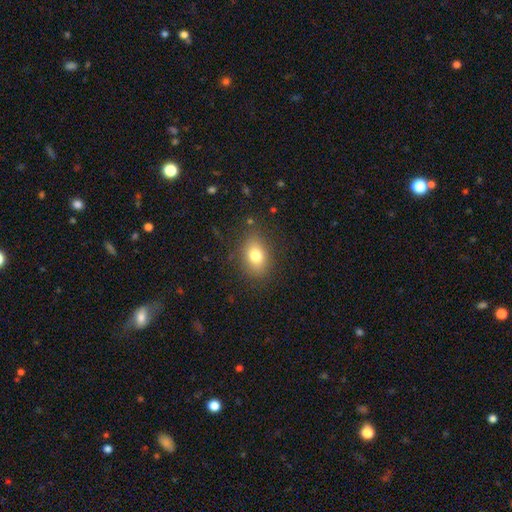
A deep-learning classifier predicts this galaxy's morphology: A smooth galaxy with no disk features (77%) that is in between round and cigar-shaped (71%).

Vote fractions:
- Smooth or featured? smooth: 77% / featured or disk: 12% / star or artifact: 11%
- How rounded? in between: 71% / round: 27% / cigar-shaped: 2%
- Merging? none: 83% / minor disturbance: 12% / major disturbance: 4% / merger: 1%